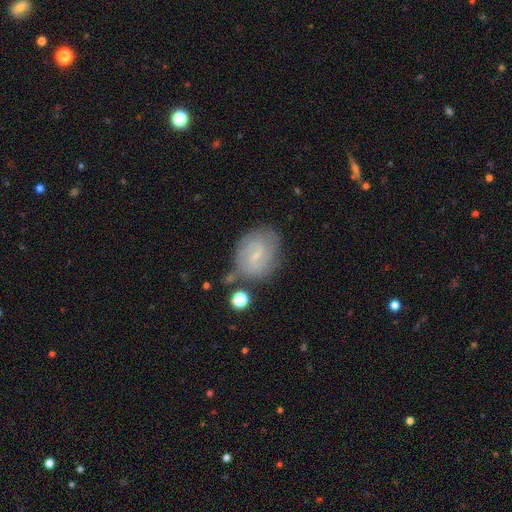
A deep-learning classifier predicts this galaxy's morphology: Smooth or featured? Predicted: featured or disk (p=0.66). Edge-on disk? Predicted: no (p=0.97). Bar? Predicted: weak (p=0.60). Spiral arms? Predicted: yes (p=0.85). Spiral winding? Predicted: tight (p=0.41, tied with medium). Spiral arm count? Predicted: 2 (p=0.63). Bulge size? Predicted: small (p=0.77). Merging? Predicted: none (p=0.66).